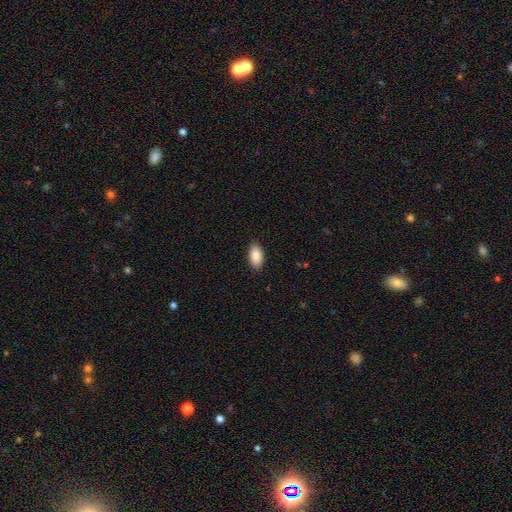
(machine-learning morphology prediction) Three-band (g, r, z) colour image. It shows a smooth galaxy with no disk features (89%) that is in between round and cigar-shaped (94%). Merging: none (89%).